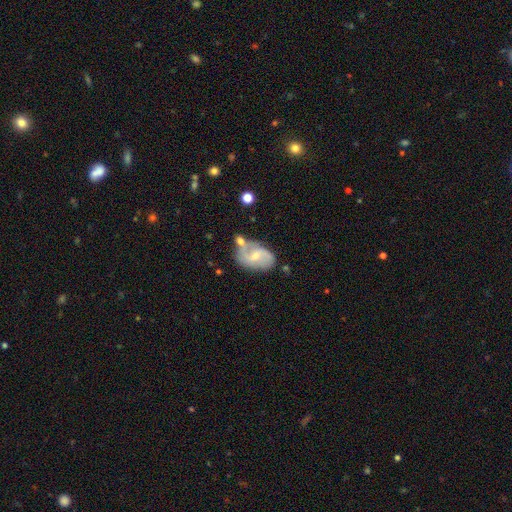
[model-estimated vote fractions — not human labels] Morphology: type=featured or disk (75%); edge-on=no (97%); bar=weak (54%); spiral arms=yes (91%); winding=medium (45%); arm count=2 (86%); bulge=small (54%); merging=none (53%).